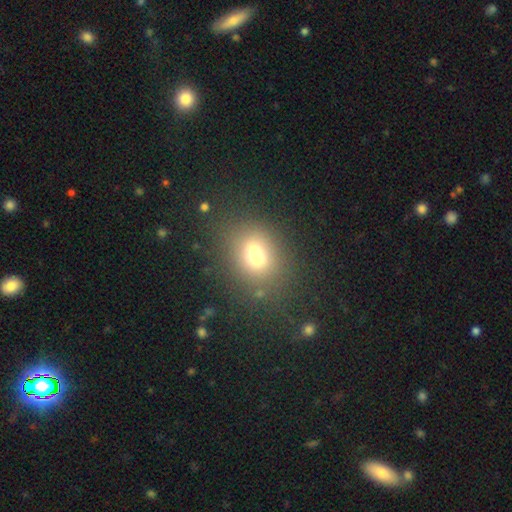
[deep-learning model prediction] Smooth or featured? Predicted: smooth (p=0.65). How rounded? Predicted: in between (p=0.50). Merging? Predicted: none (p=0.51).